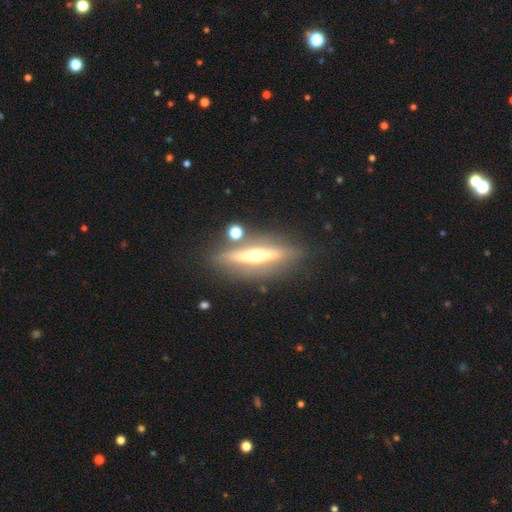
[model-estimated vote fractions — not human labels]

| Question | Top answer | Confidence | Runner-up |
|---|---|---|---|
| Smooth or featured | featured or disk | 73% | smooth (20%) |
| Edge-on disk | yes | 91% | no (9%) |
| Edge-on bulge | rounded | 95% | boxy (3%) |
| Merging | none | 79% | minor disturbance (11%) |